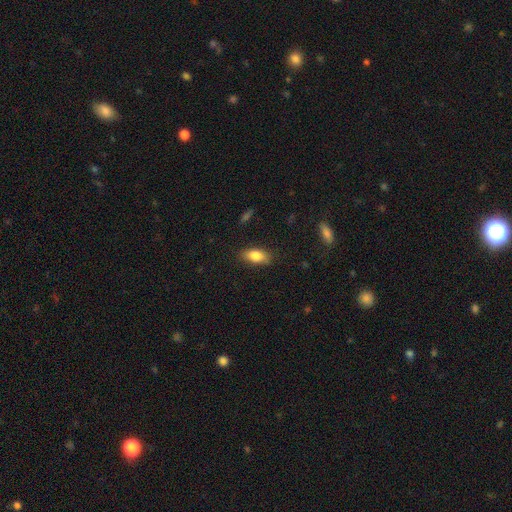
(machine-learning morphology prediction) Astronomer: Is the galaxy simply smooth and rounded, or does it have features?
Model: smooth — 83%.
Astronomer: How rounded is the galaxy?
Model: in between — 85%.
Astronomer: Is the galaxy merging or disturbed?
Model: none — 81%.